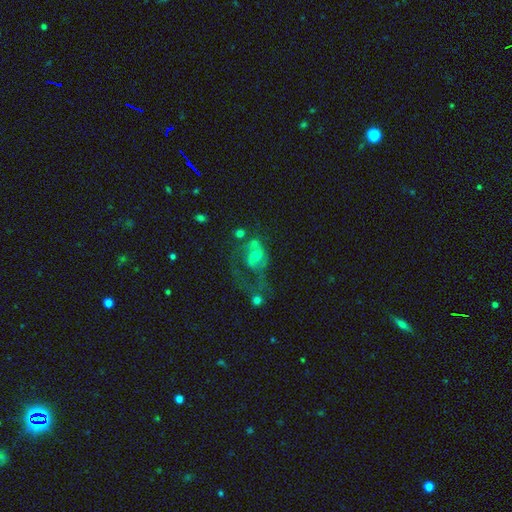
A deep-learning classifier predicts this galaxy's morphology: Smooth or featured? featured or disk (54%)
Edge-on disk? no (96%)
Bar? no (74%)
Spiral arms? yes (56%)
Bulge size? moderate (50%)
Merging? major disturbance (43%)